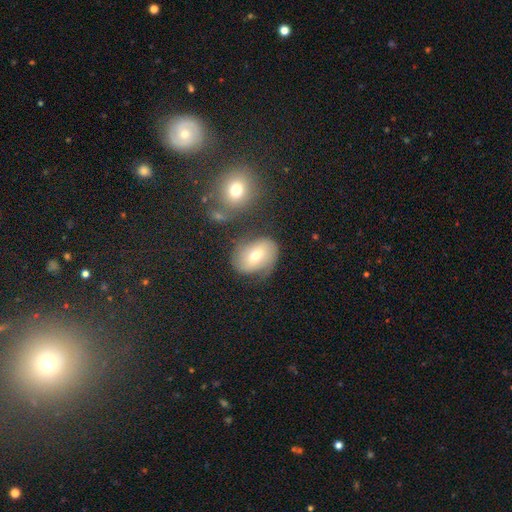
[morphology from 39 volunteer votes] Smooth or featured? featured or disk (74%)
Edge-on disk? no (97%)
Bar? weak (46%, tied with no)
Spiral arms? yes (86%)
Spiral winding? tight (38%)
Spiral arm count? 2 (88%)
Bulge size? moderate (71%)
Merging? none (84%)